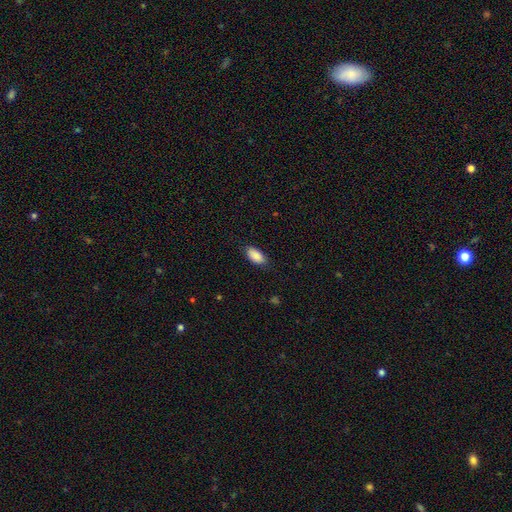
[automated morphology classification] Smooth or featured? Predicted: smooth (p=0.89). How rounded? Predicted: in between (p=0.93). Merging? Predicted: none (p=0.83).